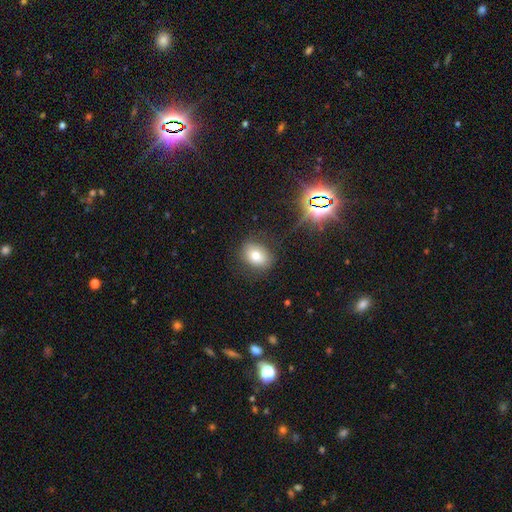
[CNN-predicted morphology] This appears to be a smooth galaxy with no disk features (72%) that is in between round and cigar-shaped (61%). Merging: none (80%).